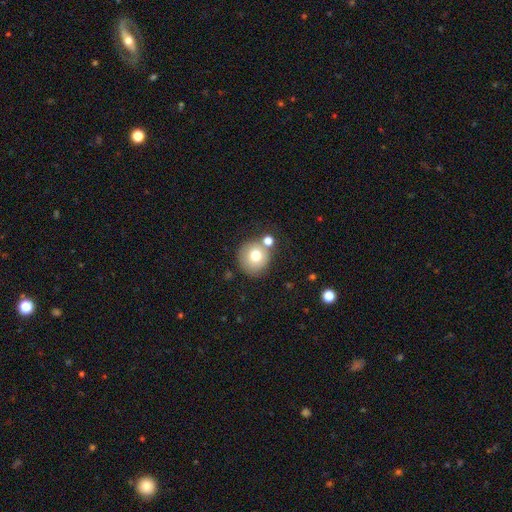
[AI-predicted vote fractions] Morphology: type=smooth (74%); roundness=round (89%); merging=none (69%).